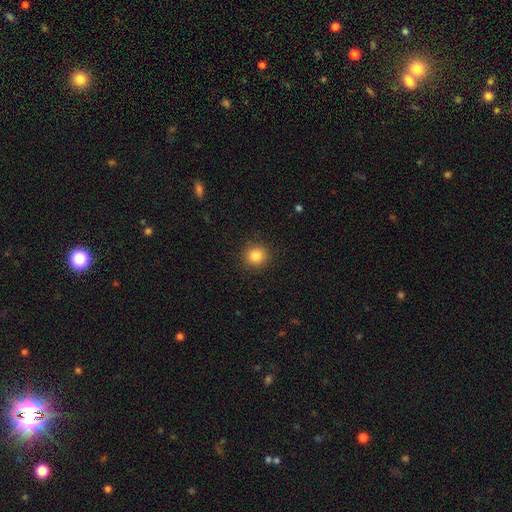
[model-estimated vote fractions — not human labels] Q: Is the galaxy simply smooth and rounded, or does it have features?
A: smooth — 84%.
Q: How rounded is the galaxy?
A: round — 91%.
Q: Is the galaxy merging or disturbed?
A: none — 91%.